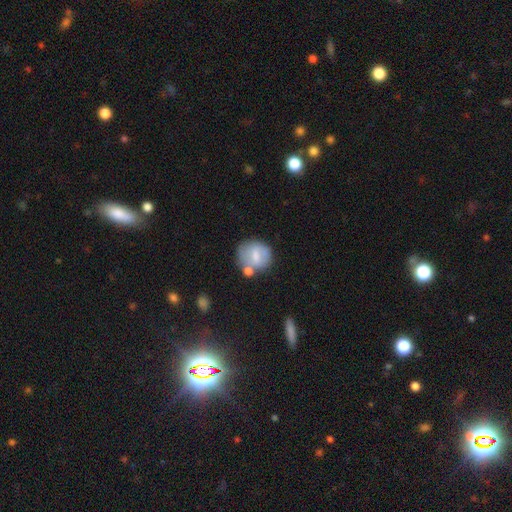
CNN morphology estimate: smooth_or_featured: smooth (p=0.61) [alt: featured or disk p=0.31]
how_rounded: round (p=0.74) [alt: in between p=0.24]
merging: none (p=0.53) [alt: minor disturbance p=0.20]